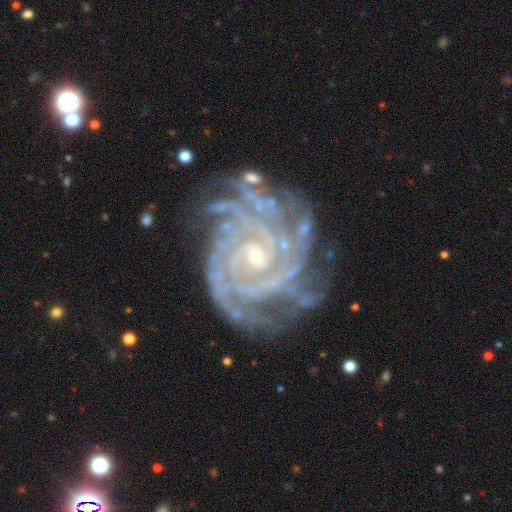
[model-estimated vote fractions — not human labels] featured or disk 91%, star or artifact 6%, smooth 3%. Down the decision tree: edge-on disk — no (98%); bar — no (65%); spiral arms — yes (98%); spiral arm count — 4 (23%); spiral winding — tight (78%); bulge size — small (70%); merging — none (69%).